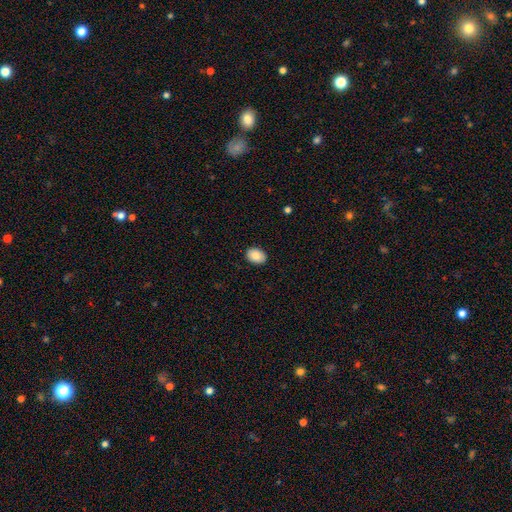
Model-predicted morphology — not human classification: smooth-or-featured: smooth: 84% | featured or disk: 9% | star or artifact: 7%
  how-rounded: in between: 71% | round: 28% | cigar-shaped: 1%
  merging: none: 89% | minor disturbance: 8% | major disturbance: 2% | merger: 1%